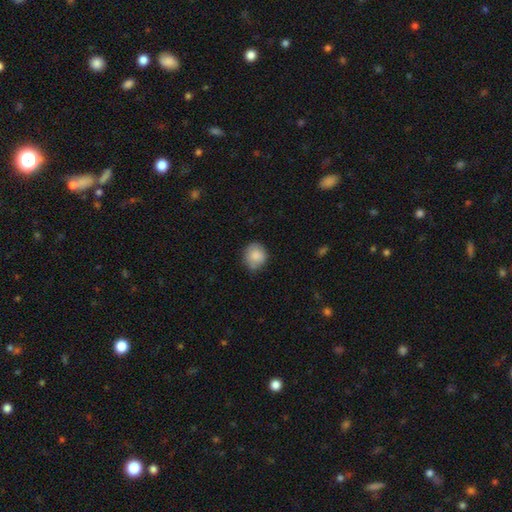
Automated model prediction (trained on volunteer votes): Smooth or featured? smooth (85%)
How rounded? round (80%)
Merging? none (69%)